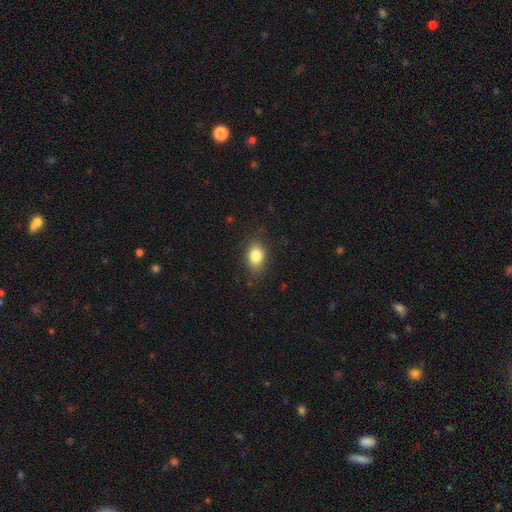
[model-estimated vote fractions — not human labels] A smooth galaxy with no disk features (84%) that is in between round and cigar-shaped (79%). Merging: none (82%).